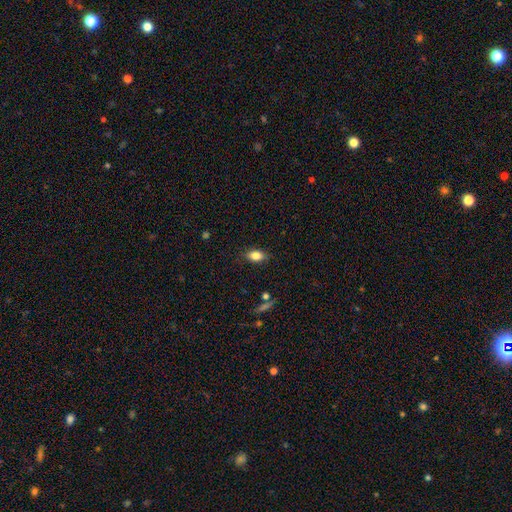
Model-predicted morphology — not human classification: smooth-or-featured: smooth: 81% | featured or disk: 10% | star or artifact: 9%
  how-rounded: in between: 84% | round: 11% | cigar-shaped: 4%
  merging: none: 84% | minor disturbance: 12% | major disturbance: 3% | merger: 1%